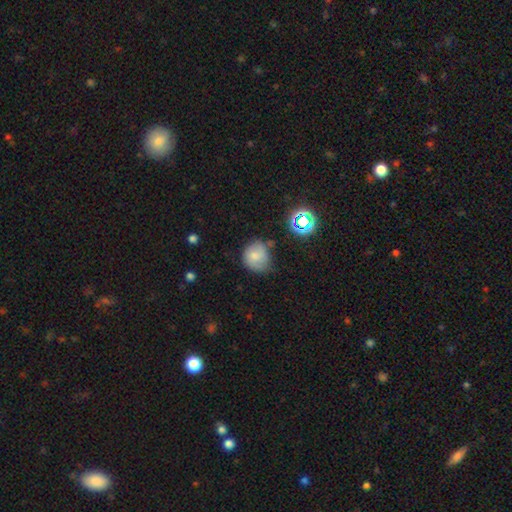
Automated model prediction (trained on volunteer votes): Smooth or featured?
  - smooth: 70% *
  - featured or disk: 17%
  - star or artifact: 13%
How rounded?
  - round: 80% *
  - in between: 19%
  - cigar-shaped: 1%
Merging?
  - none: 55% *
  - minor disturbance: 31%
  - major disturbance: 9%
  - merger: 6%